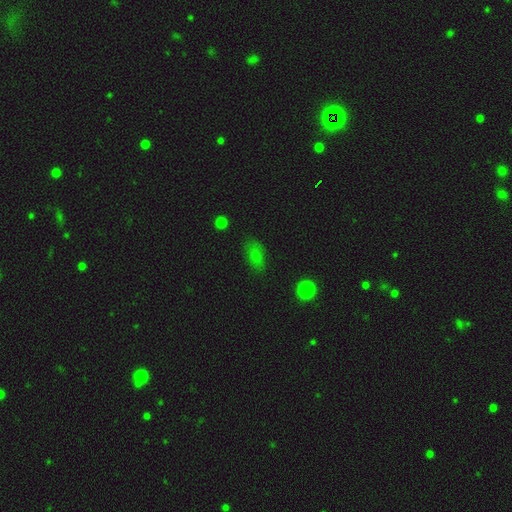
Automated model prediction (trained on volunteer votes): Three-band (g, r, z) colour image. It shows a smooth galaxy with no disk features (75%) that is in between round and cigar-shaped (87%). Merging: none (76%).